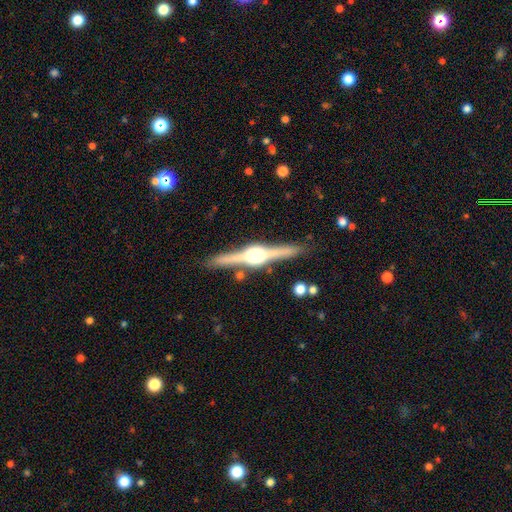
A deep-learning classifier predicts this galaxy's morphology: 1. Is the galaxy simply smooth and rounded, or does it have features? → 88% featured or disk, 7% smooth, 5% star or artifact.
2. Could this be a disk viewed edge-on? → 99% yes, 1% no.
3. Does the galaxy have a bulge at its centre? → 91% rounded, 7% boxy, 1% none.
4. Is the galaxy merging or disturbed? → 90% none, 7% minor disturbance, 2% merger, 2% major disturbance.